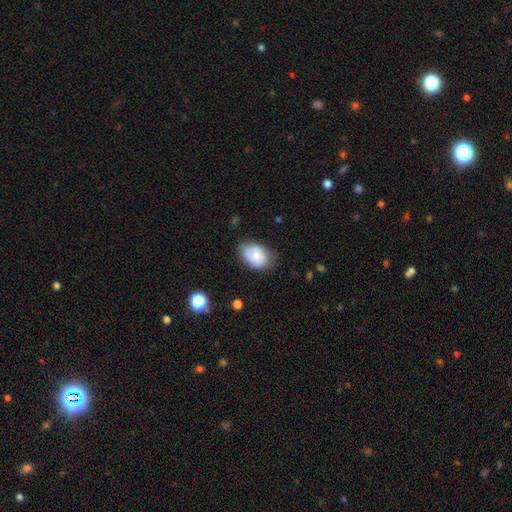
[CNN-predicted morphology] Smooth or featured? Predicted: smooth (p=0.76). How rounded? Predicted: in between (p=0.84). Merging? Predicted: none (p=0.63).